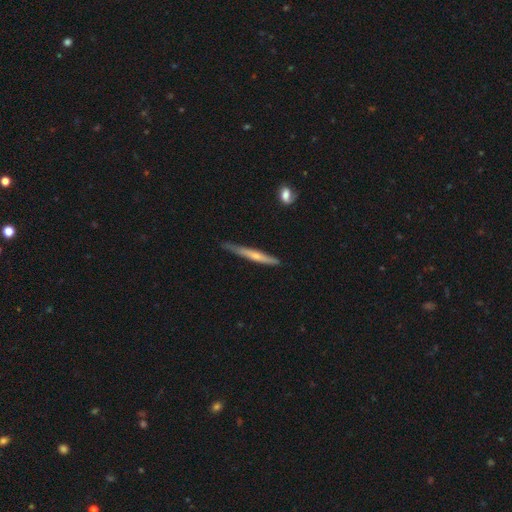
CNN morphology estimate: A featured or disk galaxy (48%).

Vote fractions:
- Smooth or featured? featured or disk: 48% / smooth: 46% / star or artifact: 6%
- Merging? none: 72% / minor disturbance: 22% / major disturbance: 3% / merger: 2%